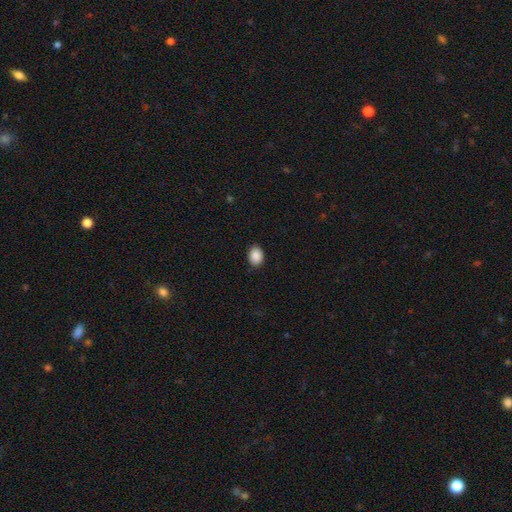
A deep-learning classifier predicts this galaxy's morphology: smooth 90%, star or artifact 8%, featured or disk 3%. Down the decision tree: how rounded — in between (67%); merging — none (88%).